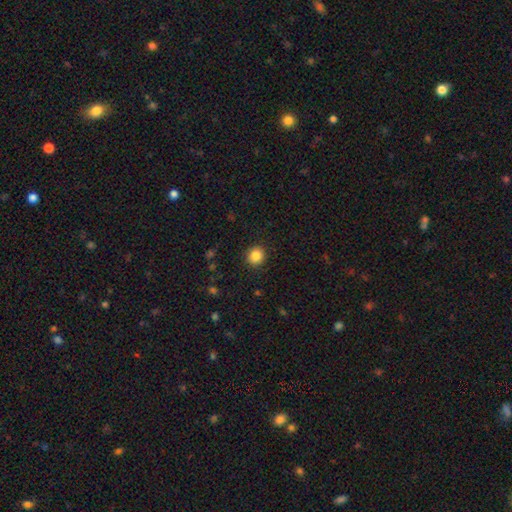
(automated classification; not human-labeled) smooth_or_featured: smooth (p=0.86) [alt: star or artifact p=0.10]
how_rounded: round (p=0.86) [alt: in between p=0.13]
merging: none (p=0.91) [alt: minor disturbance p=0.06]